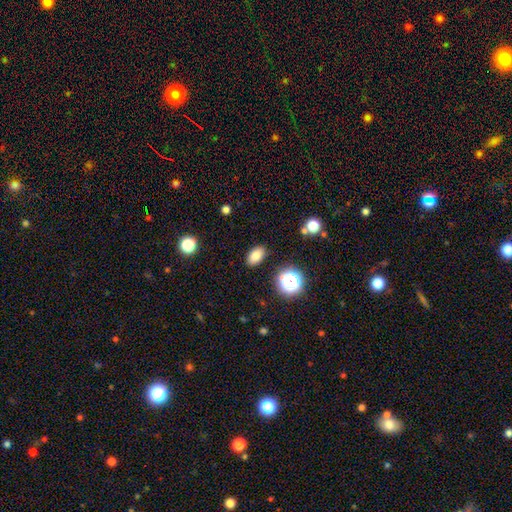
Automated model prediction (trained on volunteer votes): Overall: smooth (81%). How rounded: in between (87%). Merging: none (88%).